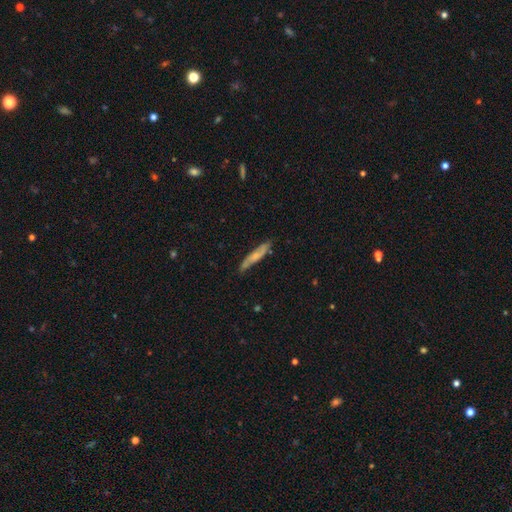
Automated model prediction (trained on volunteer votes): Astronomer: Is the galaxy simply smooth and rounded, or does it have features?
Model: smooth — 48% (runner-up: featured or disk, 46%).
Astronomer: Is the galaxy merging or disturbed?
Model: none — 77%.